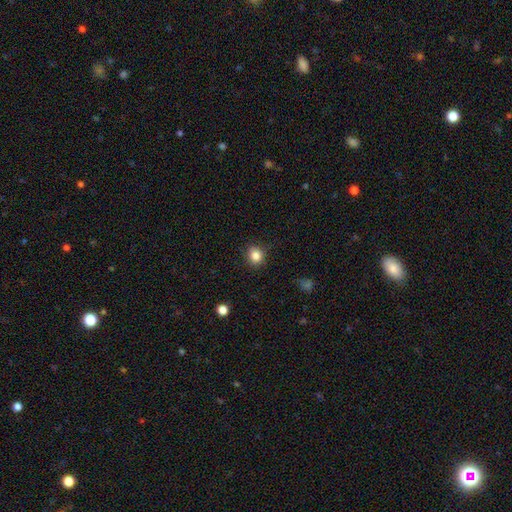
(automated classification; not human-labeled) This appears to be a smooth galaxy with no disk features (84%) that is round (85%). Merging: none (84%).